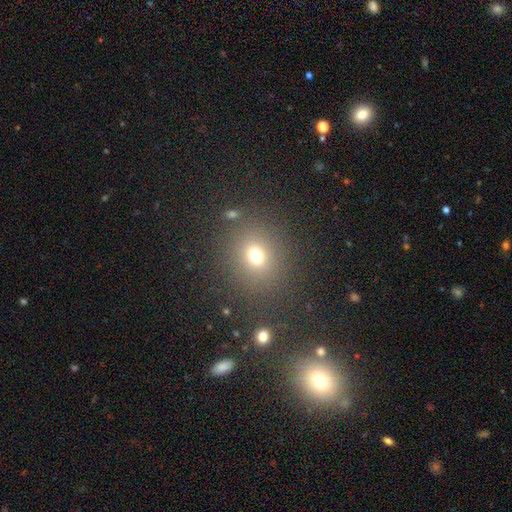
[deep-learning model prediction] Q: Smooth or featured?
A: smooth (70%); runner-up: star or artifact (21%)
Q: How rounded?
A: round (72%); runner-up: in between (27%)
Q: Merging?
A: none (81%); runner-up: minor disturbance (9%)